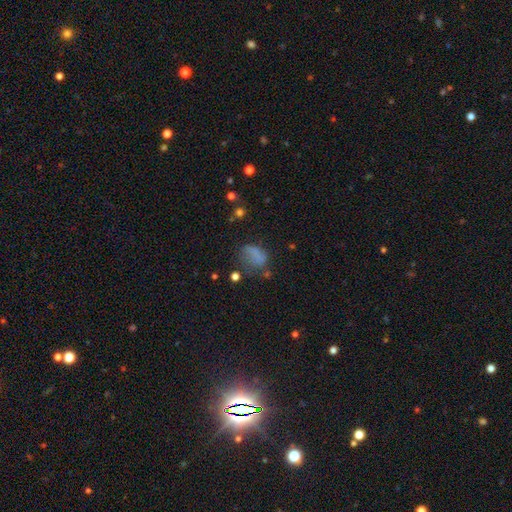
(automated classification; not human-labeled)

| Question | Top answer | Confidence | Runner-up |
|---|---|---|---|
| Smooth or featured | smooth | 64% | featured or disk (19%) |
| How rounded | in between | 75% | round (22%) |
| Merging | none | 36% | minor disturbance (29%) |